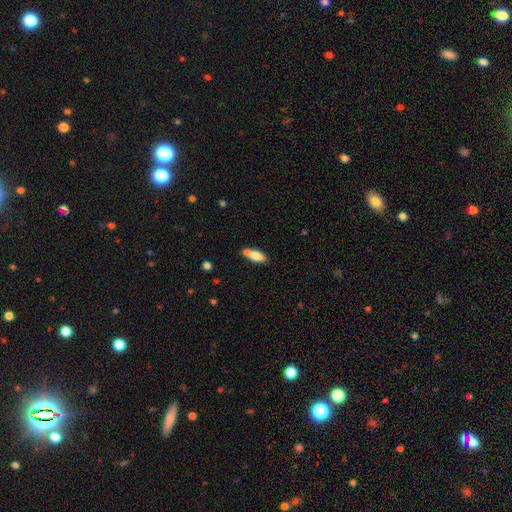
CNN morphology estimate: smooth_or_featured: smooth (p=0.75) [alt: featured or disk p=0.18]
how_rounded: in between (p=0.68) [alt: cigar-shaped p=0.29]
merging: none (p=0.50) [alt: merger p=0.29]